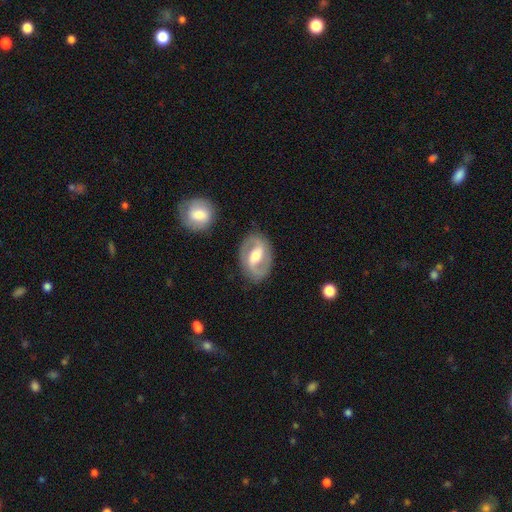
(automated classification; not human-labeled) smooth-or-featured: featured or disk: 82% | smooth: 13% | star or artifact: 5%
  disk-edge-on: no: 97% | yes: 3%
    bar: strong: 47% | weak: 39% | no: 14%
    has-spiral-arms: yes: 88% | no: 12%
      spiral-winding: medium: 53% | tight: 25% | loose: 22%
      spiral-arm-count: 2: 91% | can't tell: 4% | 1: 2% | 3: 1% | 4: 1% | more than 4: 1%
    bulge-size: moderate: 66% | small: 18% | large: 13% | none: 2% | dominant: 1%
  merging: none: 85% | minor disturbance: 10% | major disturbance: 3% | merger: 2%